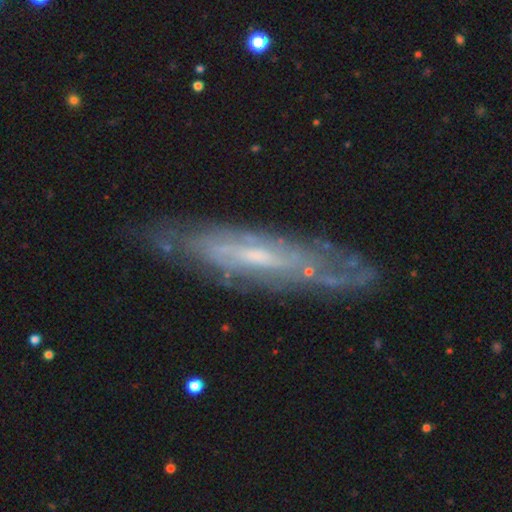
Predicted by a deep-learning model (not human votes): Smooth or featured? featured or disk (76%)
Edge-on disk? no (56%)
Merging? none (76%)